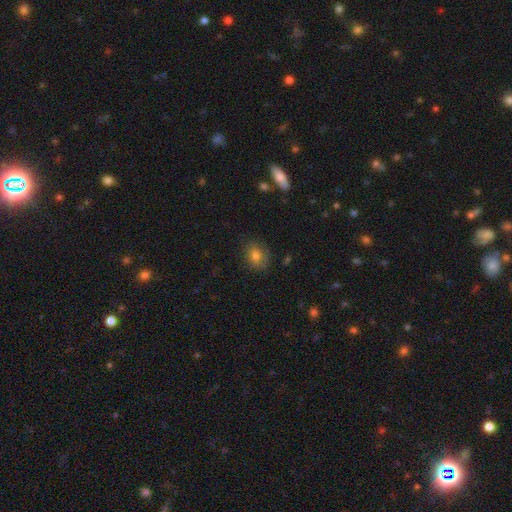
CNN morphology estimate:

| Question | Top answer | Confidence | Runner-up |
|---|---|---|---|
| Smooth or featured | smooth | 78% | star or artifact (11%) |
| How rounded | round | 54% | in between (45%) |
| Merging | none | 81% | minor disturbance (15%) |